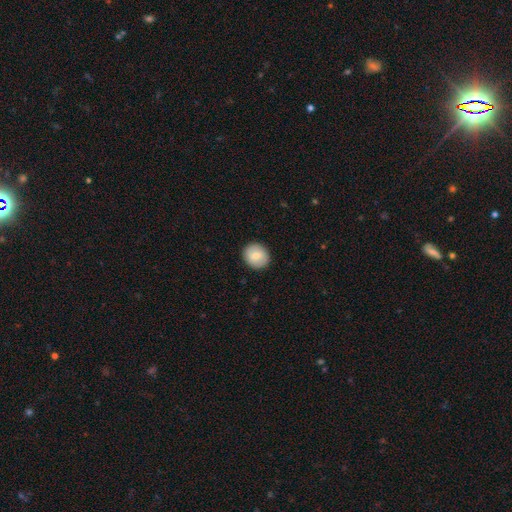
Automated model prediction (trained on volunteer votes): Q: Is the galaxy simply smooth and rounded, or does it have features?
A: smooth — 77%.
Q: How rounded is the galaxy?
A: round — 80%.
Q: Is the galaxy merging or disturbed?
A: none — 90%.